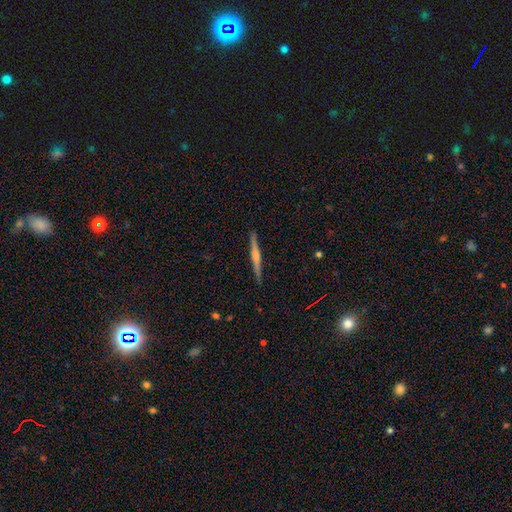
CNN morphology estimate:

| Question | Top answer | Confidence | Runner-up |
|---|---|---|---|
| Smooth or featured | featured or disk | 68% | smooth (26%) |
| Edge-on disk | yes | 98% | no (2%) |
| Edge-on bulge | rounded | 60% | none (22%) |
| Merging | none | 91% | minor disturbance (6%) |